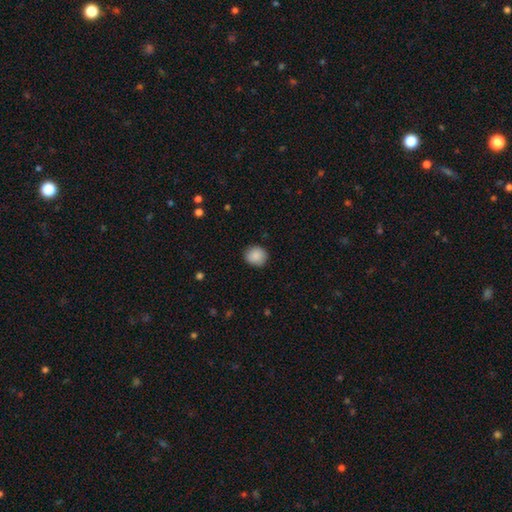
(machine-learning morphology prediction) A smooth galaxy with no disk features (89%) that is round (83%). Merging: none (87%).